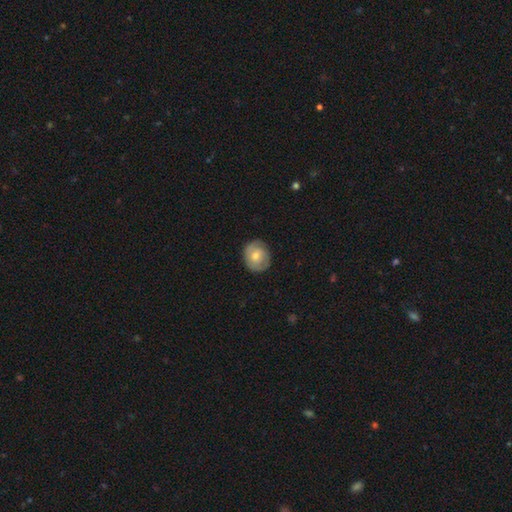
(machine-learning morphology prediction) Smooth or featured? Predicted: smooth (p=0.62). How rounded? Predicted: round (p=0.71). Merging? Predicted: none (p=0.81).